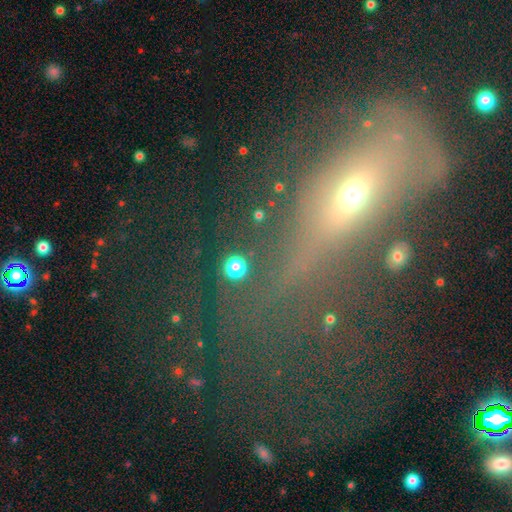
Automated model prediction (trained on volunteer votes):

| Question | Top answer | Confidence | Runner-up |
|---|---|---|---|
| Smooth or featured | featured or disk | 37% | tied: smooth (37%) |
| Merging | major disturbance | 42% | none (32%) |